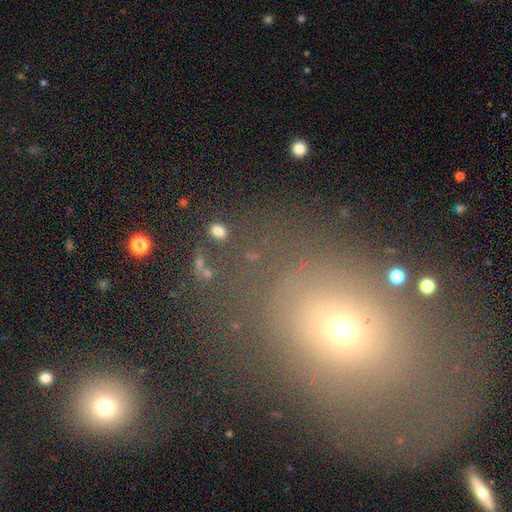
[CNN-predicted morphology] smooth_or_featured: smooth (p=0.52) [alt: star or artifact p=0.28]
how_rounded: in between (p=0.51) [alt: round p=0.47]
merging: none (p=0.67) [alt: minor disturbance p=0.14]